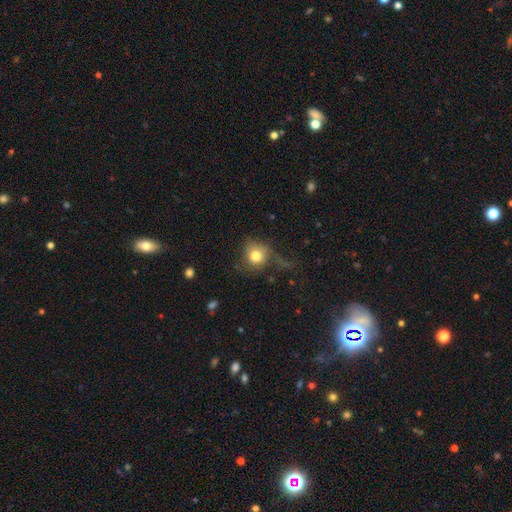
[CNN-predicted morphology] smooth 78%, star or artifact 11%, featured or disk 11%. Down the decision tree: how rounded — round (83%); merging — none (49%).